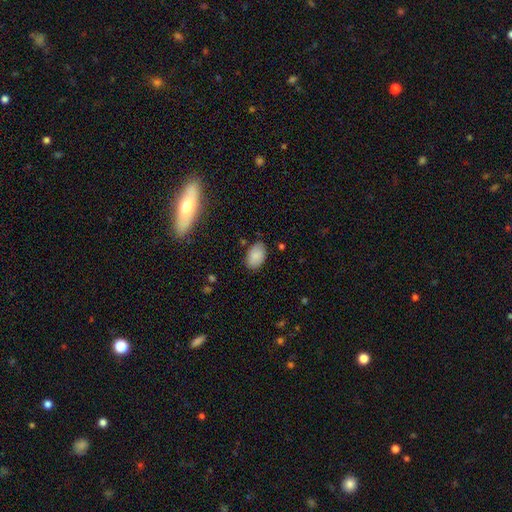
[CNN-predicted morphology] The model was most divided on "merging": none: 81%, minor disturbance: 14%, major disturbance: 3%, merger: 2%. More confident: how rounded — in between (91%); smooth or featured — smooth (87%).